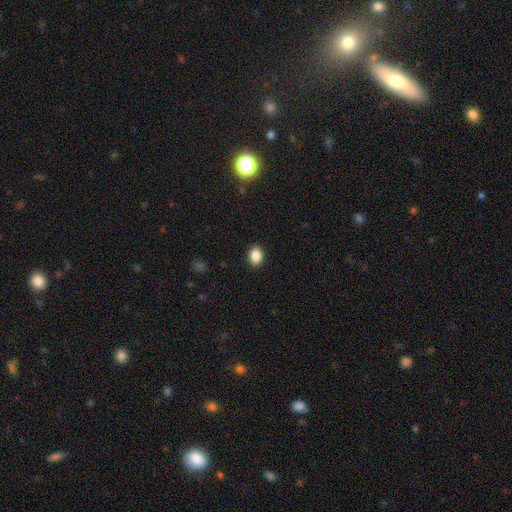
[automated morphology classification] The model was most divided on "how rounded": in between: 73%, round: 26%, cigar-shaped: 1%. More confident: merging — none (90%); smooth or featured — smooth (88%).